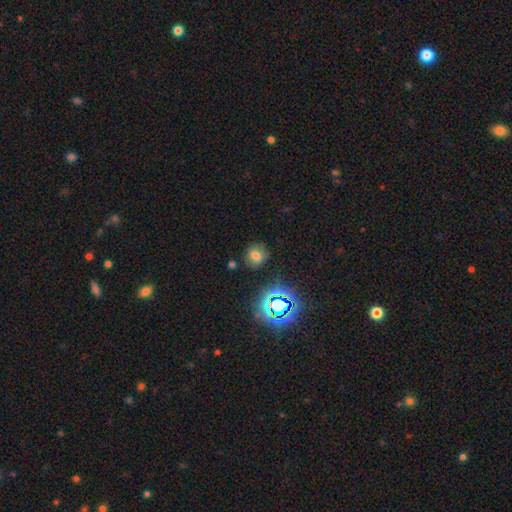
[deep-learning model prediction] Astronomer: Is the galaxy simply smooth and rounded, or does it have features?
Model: smooth — 64%.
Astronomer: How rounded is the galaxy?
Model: round — 72%.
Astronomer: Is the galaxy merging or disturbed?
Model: none — 80%.